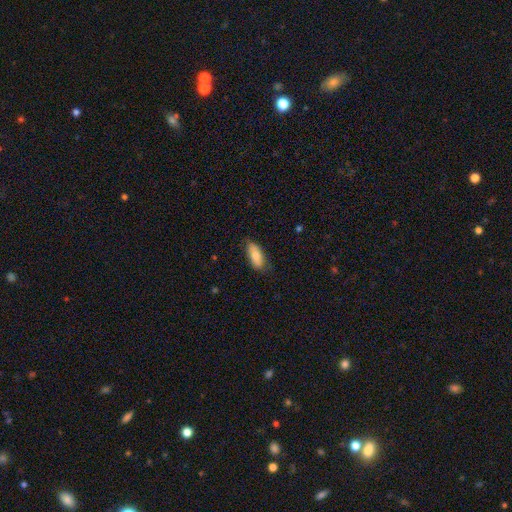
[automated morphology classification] Smooth or featured: smooth — 79% (featured or disk — 15%)
How rounded: in between — 82% (cigar-shaped — 16%)
Merging: none — 79% (minor disturbance — 17%)